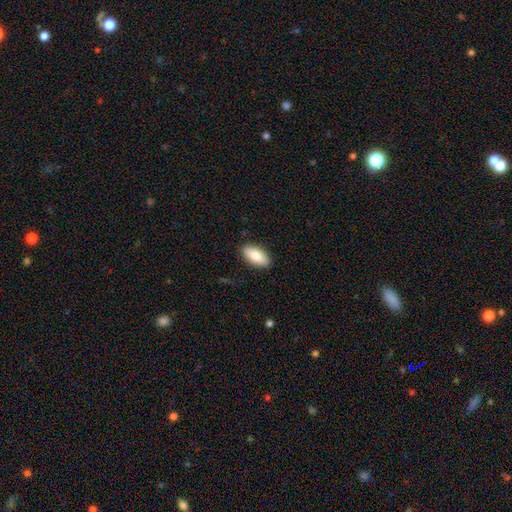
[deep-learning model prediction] Smooth or featured? smooth (84%)
How rounded? in between (90%)
Merging? none (89%)